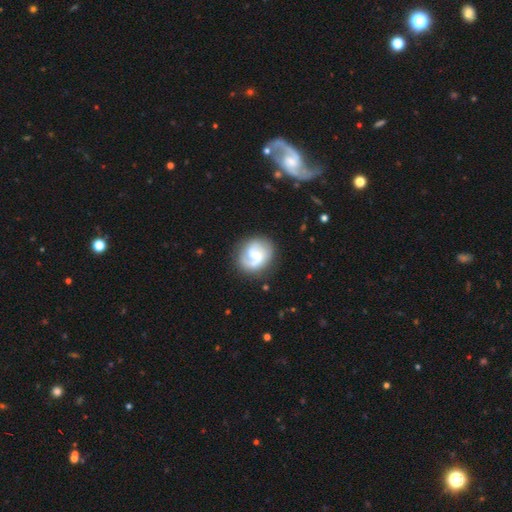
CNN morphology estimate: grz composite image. It shows a featured or disk galaxy (77%) with a weak bar (49%), 2 (67%) medium (46%) spiral arms (94%) and a small central bulge (49%). Merging: none (74%).